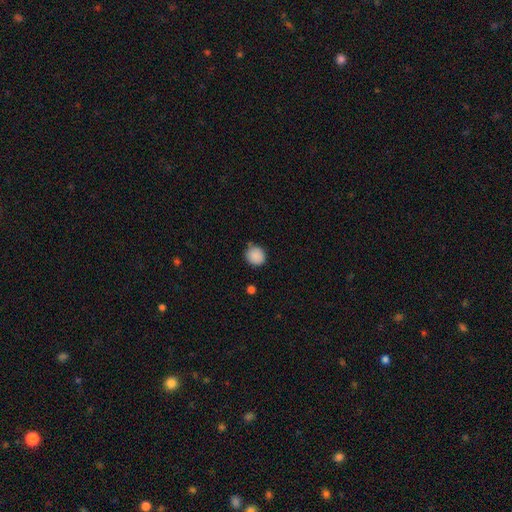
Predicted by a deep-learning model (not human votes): Morphology: type=smooth (88%); roundness=round (84%); merging=none (77%).